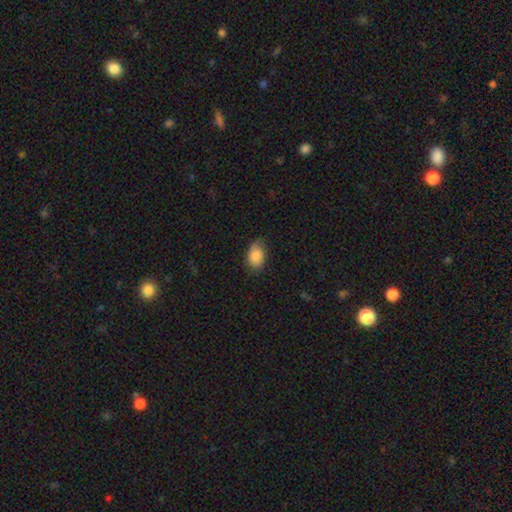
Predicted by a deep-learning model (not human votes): Smooth or featured: smooth — 82% (featured or disk — 10%)
How rounded: in between — 85% (round — 14%)
Merging: none — 63% (minor disturbance — 29%)